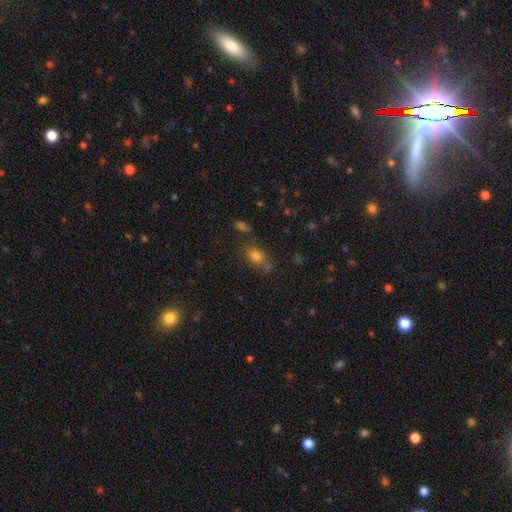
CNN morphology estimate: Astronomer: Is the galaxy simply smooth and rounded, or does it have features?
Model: smooth — 77%.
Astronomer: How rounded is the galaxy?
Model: in between — 64%.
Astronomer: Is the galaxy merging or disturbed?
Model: none — 57%.